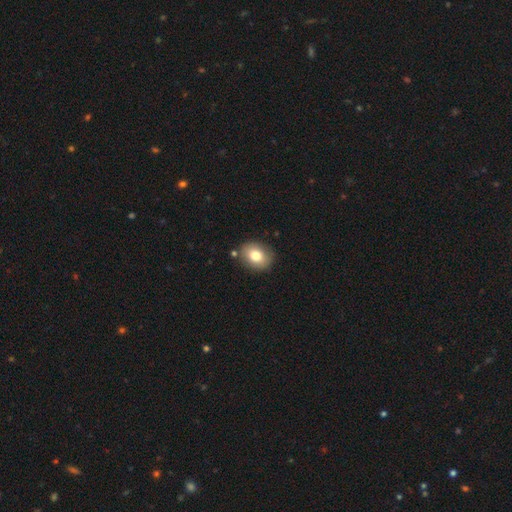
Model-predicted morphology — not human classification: smooth-or-featured: smooth: 79% | featured or disk: 12% | star or artifact: 9%
  how-rounded: in between: 59% | round: 40% | cigar-shaped: 1%
  merging: none: 83% | minor disturbance: 11% | merger: 4% | major disturbance: 3%